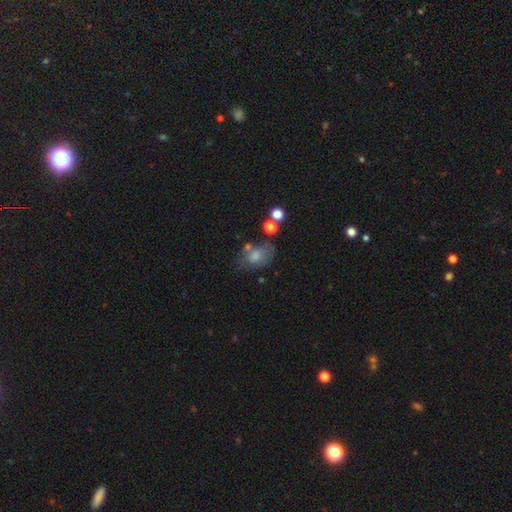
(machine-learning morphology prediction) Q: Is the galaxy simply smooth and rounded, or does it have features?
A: smooth — 67%.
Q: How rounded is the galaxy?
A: in between — 80%.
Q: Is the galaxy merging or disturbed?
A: none — 44%.